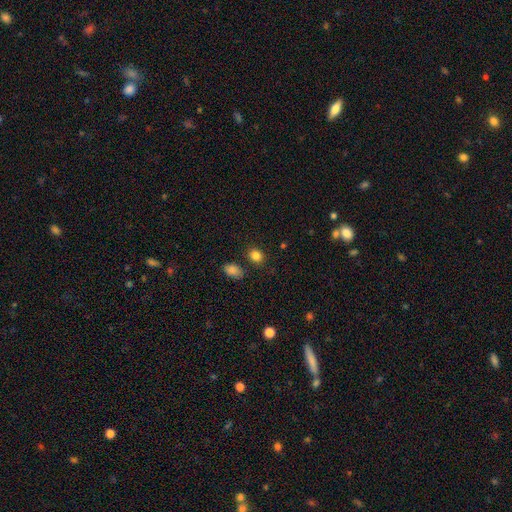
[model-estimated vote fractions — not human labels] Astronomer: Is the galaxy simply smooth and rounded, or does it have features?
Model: smooth — 84%.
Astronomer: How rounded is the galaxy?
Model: round — 62%.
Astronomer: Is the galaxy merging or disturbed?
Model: none — 81%.